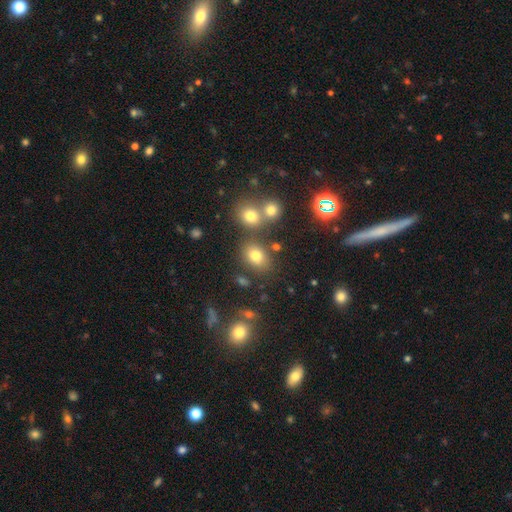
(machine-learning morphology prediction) This appears to be a smooth galaxy with no disk features (73%) that is in between round and cigar-shaped (62%). Merging: none (69%).